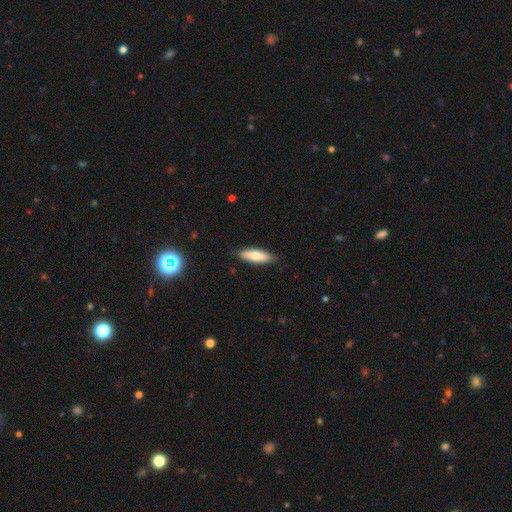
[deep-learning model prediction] This appears to be a smooth galaxy with no disk features (74%) that is in between round and cigar-shaped (50%). Merging: none (85%).